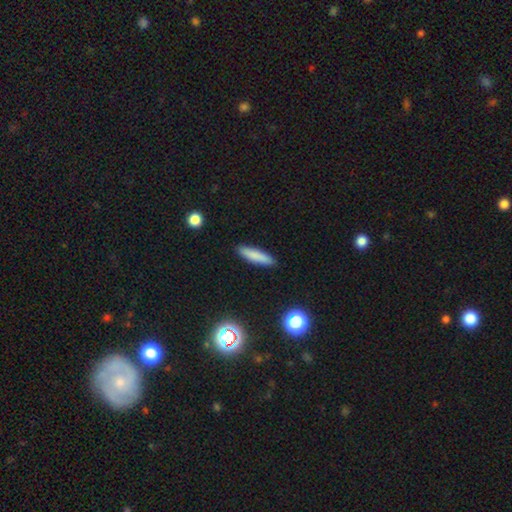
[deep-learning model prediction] Smooth or featured? smooth (82%)
How rounded? cigar-shaped (79%)
Merging? none (90%)